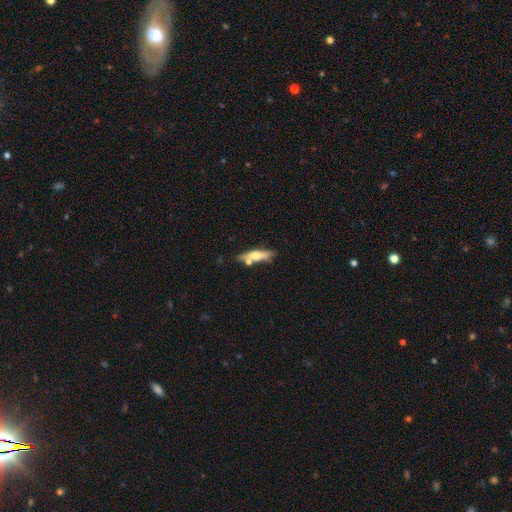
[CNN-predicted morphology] This is possibly a smooth galaxy (49%). Merging: likely none (68%).